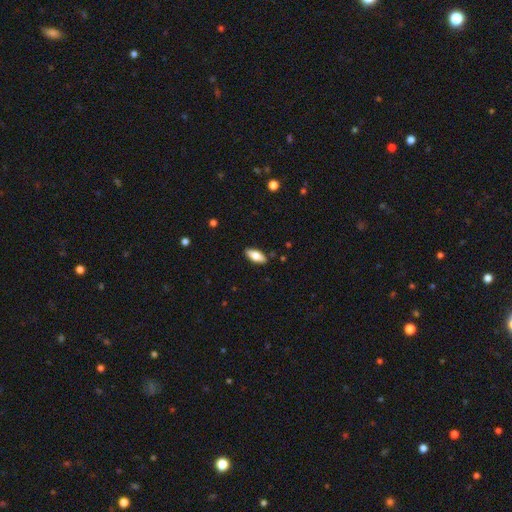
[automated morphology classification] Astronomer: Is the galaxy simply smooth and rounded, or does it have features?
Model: smooth — 72%.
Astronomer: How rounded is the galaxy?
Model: in between — 81%.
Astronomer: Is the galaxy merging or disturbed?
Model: none — 88%.